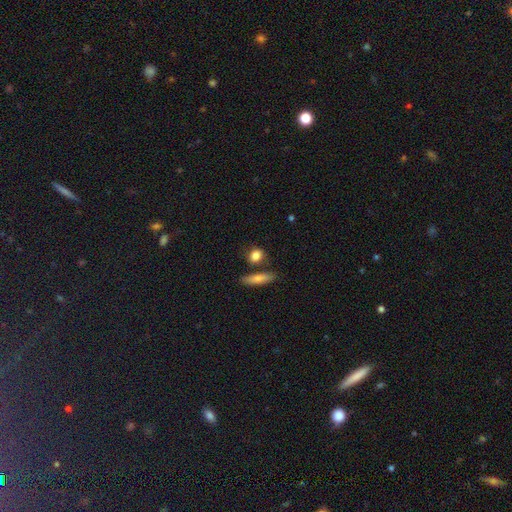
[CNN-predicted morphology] Overall: smooth (82%). How rounded: round (51%; in between 38%). Merging: none (69%).